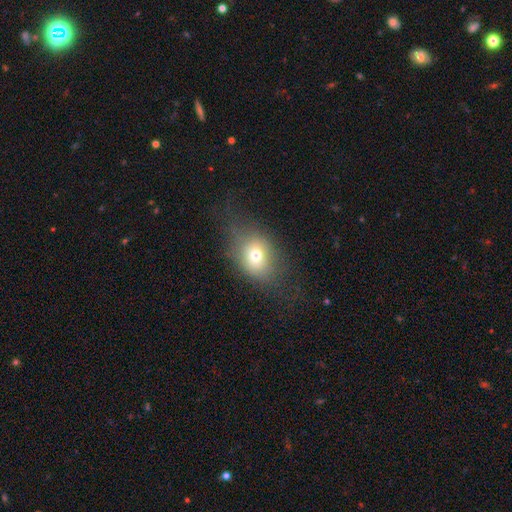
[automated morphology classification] smooth_or_featured: smooth (p=0.69) [alt: featured or disk p=0.17]
how_rounded: in between (p=0.58) [alt: round p=0.40]
merging: none (p=0.55) [alt: minor disturbance p=0.23]